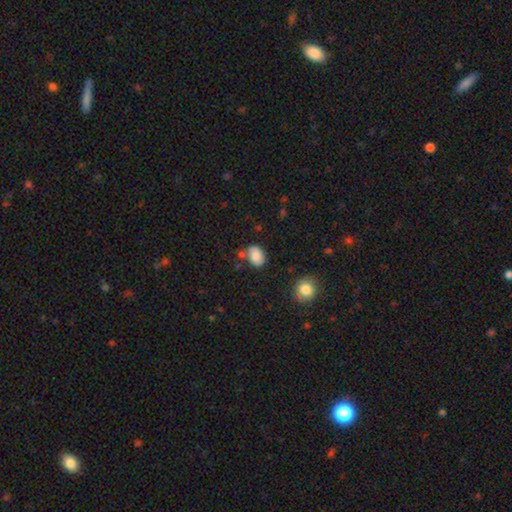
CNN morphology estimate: A smooth galaxy with no disk features (84%) that is in between round and cigar-shaped (77%).

Vote fractions:
- Smooth or featured? smooth: 84% / star or artifact: 9% / featured or disk: 8%
- How rounded? in between: 77% / round: 22% / cigar-shaped: 1%
- Merging? none: 67% / minor disturbance: 18% / merger: 10% / major disturbance: 5%